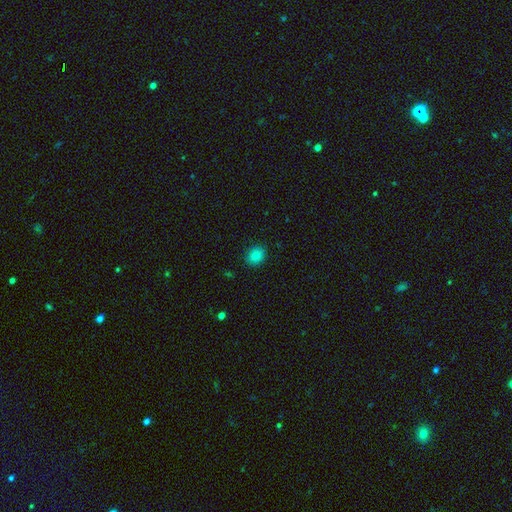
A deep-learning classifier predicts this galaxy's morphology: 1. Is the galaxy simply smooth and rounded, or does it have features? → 86% smooth, 11% star or artifact, 3% featured or disk.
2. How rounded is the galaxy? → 55% round, 44% in between, 1% cigar-shaped.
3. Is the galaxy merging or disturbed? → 88% none, 9% minor disturbance, 3% major disturbance, 1% merger.